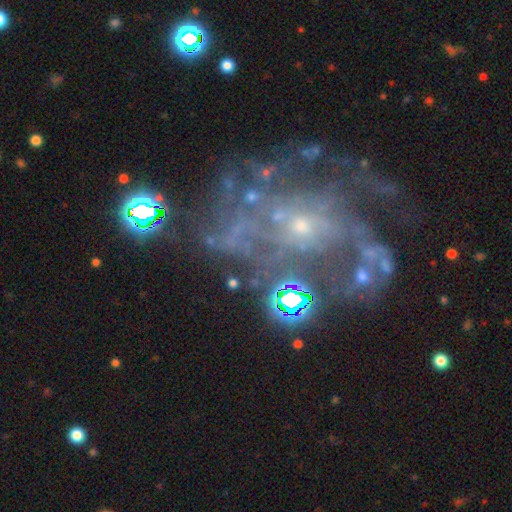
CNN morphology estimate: Smooth or featured?
  - featured or disk: 73% *
  - star or artifact: 18%
  - smooth: 9%
Edge-on disk?
  - no: 97% *
  - yes: 3%
Bar?
  - no: 73% *
  - weak: 20%
  - strong: 6%
Spiral arms?
  - yes: 73% *
  - no: 27%
Spiral winding?
  - medium: 39% *
  - tight: 38%
  - loose: 24%
Spiral arm count?
  - can't tell: 46% *
  - 2: 17%
  - 3: 13%
  - 4: 10%
  - more than 4: 8%
  - 1: 7%
Bulge size?
  - small: 76% *
  - moderate: 14%
  - none: 8%
  - large: 1%
  - dominant: 1%
Merging?
  - none: 47% *
  - major disturbance: 28%
  - minor disturbance: 19%
  - merger: 6%